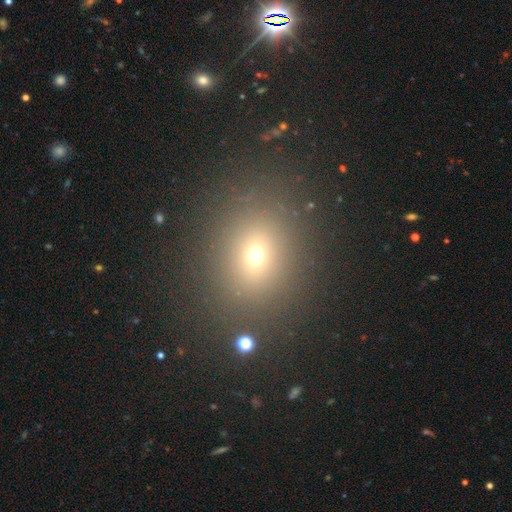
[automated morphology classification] A smooth galaxy with no disk features (62%) that is round (62%).

Vote fractions:
- Smooth or featured? smooth: 62% / star or artifact: 28% / featured or disk: 10%
- How rounded? round: 62% / in between: 36% / cigar-shaped: 1%
- Merging? none: 86% / minor disturbance: 8% / major disturbance: 4% / merger: 2%